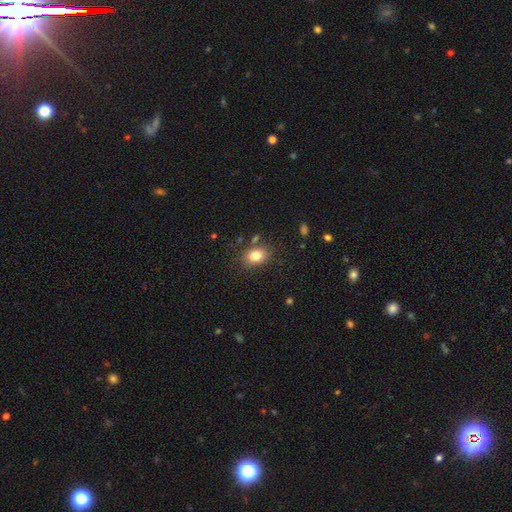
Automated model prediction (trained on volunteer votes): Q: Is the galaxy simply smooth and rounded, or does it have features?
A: smooth — 81%.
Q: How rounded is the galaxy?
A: in between — 63%.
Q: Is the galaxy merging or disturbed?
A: none — 79%.